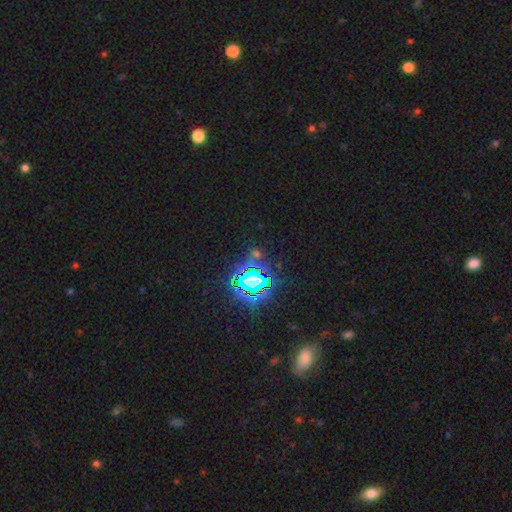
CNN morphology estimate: Smooth or featured: star or artifact — 77% (smooth — 14%)